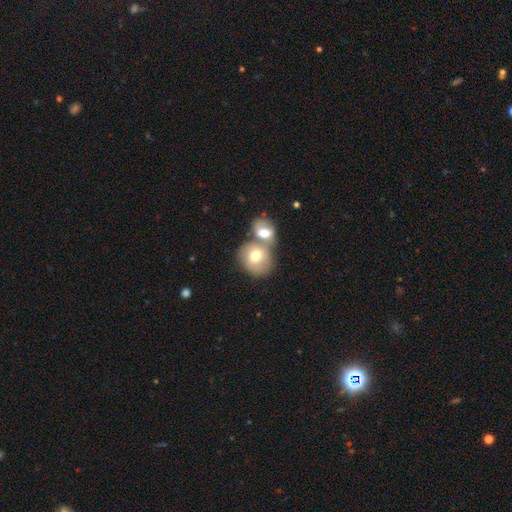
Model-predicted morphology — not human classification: The model was most divided on "merging": merger: 60%, none: 29%, minor disturbance: 8%, major disturbance: 3%. More confident: smooth or featured — smooth (70%); how rounded — round (68%).